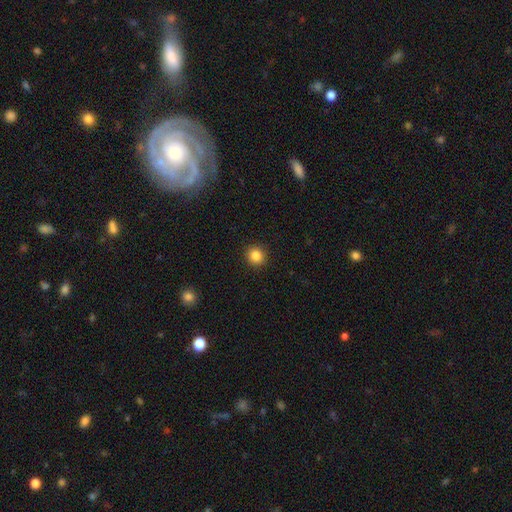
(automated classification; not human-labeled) smooth_or_featured: smooth (p=0.85) [alt: star or artifact p=0.11]
how_rounded: round (p=0.92) [alt: in between p=0.07]
merging: none (p=0.93) [alt: minor disturbance p=0.05]